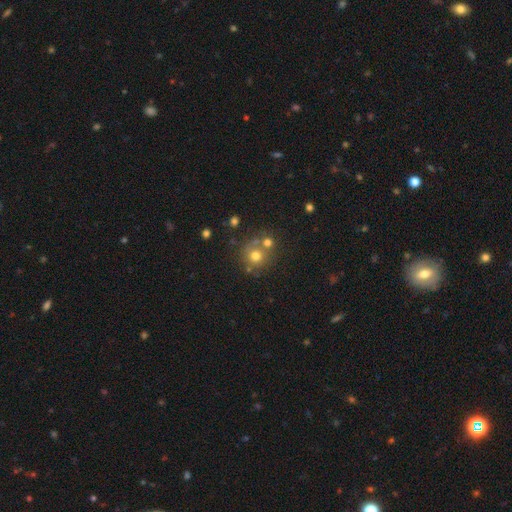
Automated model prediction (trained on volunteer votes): Smooth or featured?
  - smooth: 69% *
  - star or artifact: 16%
  - featured or disk: 15%
How rounded?
  - round: 89% *
  - in between: 11%
  - cigar-shaped: 1%
Merging?
  - none: 57% *
  - merger: 29%
  - minor disturbance: 9%
  - major disturbance: 5%